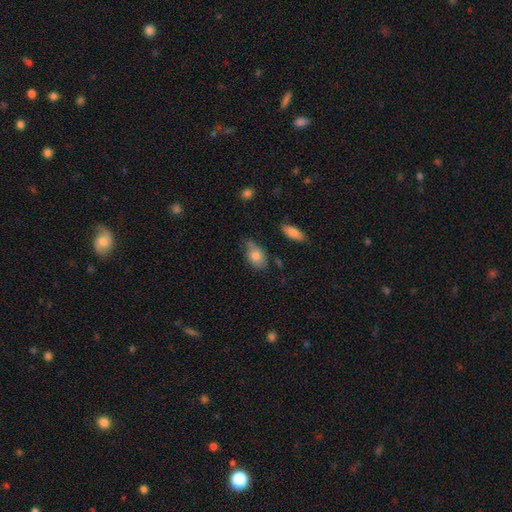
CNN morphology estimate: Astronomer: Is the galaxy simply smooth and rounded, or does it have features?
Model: smooth — 79%.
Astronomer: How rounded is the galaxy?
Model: in between — 86%.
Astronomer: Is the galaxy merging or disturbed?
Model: none — 55% (runner-up: minor disturbance, 34%).